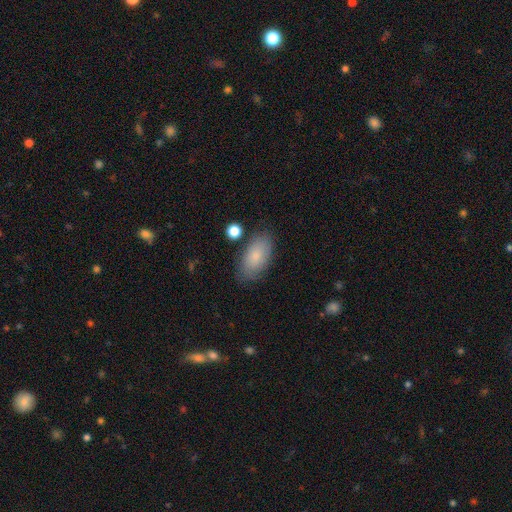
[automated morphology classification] Overall: smooth (81%). How rounded: in between (93%). Merging: none (77%).